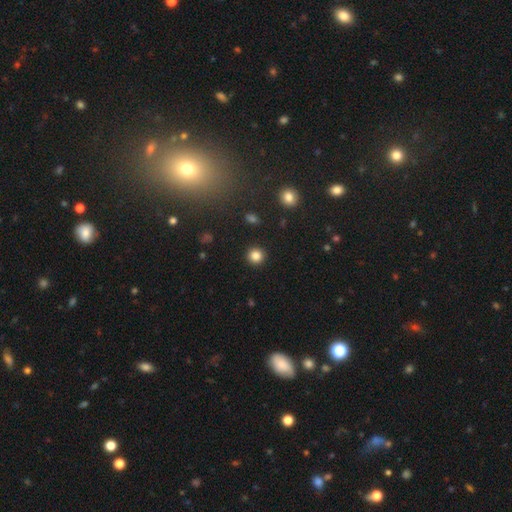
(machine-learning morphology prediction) A smooth galaxy with no disk features (84%) that is round (93%).

Vote fractions:
- Smooth or featured? smooth: 84% / star or artifact: 11% / featured or disk: 4%
- How rounded? round: 93% / in between: 6% / cigar-shaped: 1%
- Merging? none: 92% / minor disturbance: 5% / major disturbance: 2% / merger: 1%